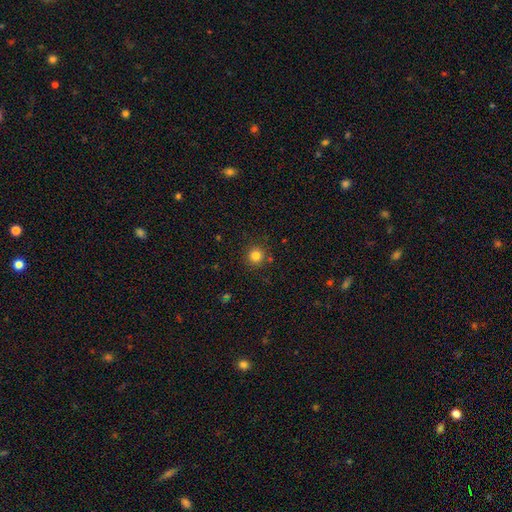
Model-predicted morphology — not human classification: smooth-or-featured: smooth: 82% | star or artifact: 13% | featured or disk: 5%
  how-rounded: round: 95% | in between: 4% | cigar-shaped: 1%
  merging: none: 89% | minor disturbance: 7% | merger: 3% | major disturbance: 2%